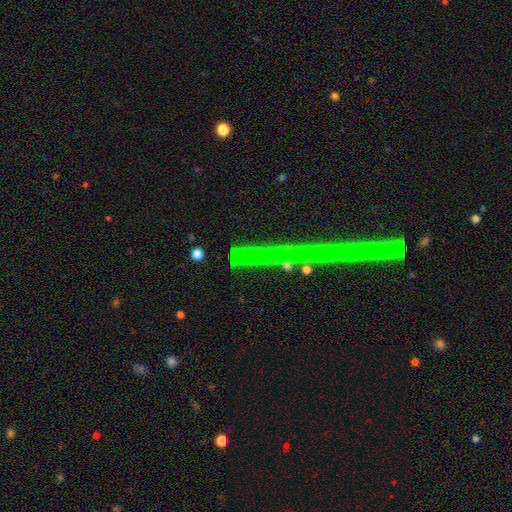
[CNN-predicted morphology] A star or artifact, not a galaxy (60%).